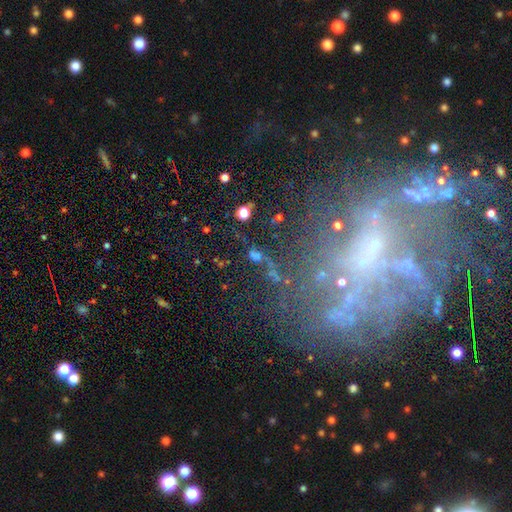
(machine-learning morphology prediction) smooth-or-featured: star or artifact: 38% | smooth: 33% | featured or disk: 29%